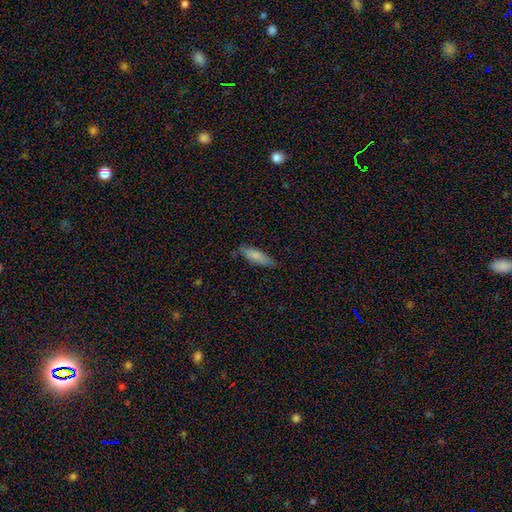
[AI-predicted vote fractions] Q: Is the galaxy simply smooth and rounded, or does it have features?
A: smooth — 78%.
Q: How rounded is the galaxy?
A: cigar-shaped — 53%.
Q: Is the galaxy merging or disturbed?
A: none — 75%.